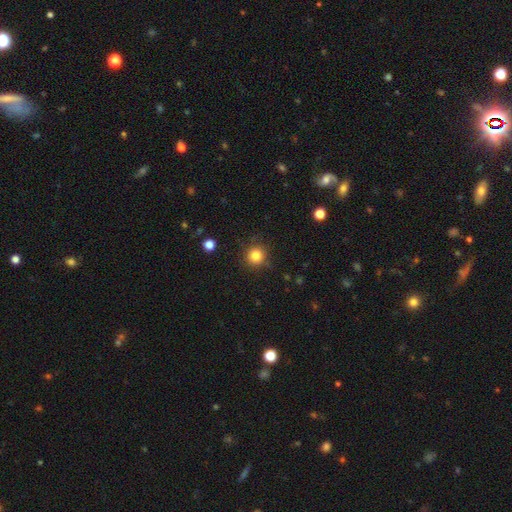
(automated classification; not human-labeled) smooth_or_featured: smooth (p=0.83) [alt: star or artifact p=0.12]
how_rounded: round (p=0.93) [alt: in between p=0.06]
merging: none (p=0.87) [alt: minor disturbance p=0.09]